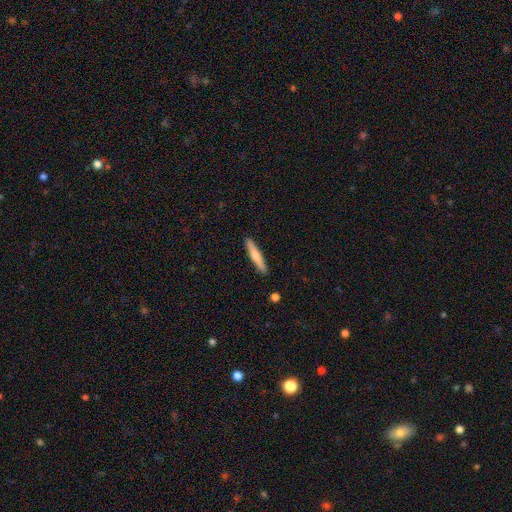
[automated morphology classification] smooth_or_featured: smooth (p=0.61) [alt: featured or disk p=0.34]
how_rounded: cigar-shaped (p=0.92) [alt: in between p=0.07]
merging: none (p=0.91) [alt: minor disturbance p=0.06]